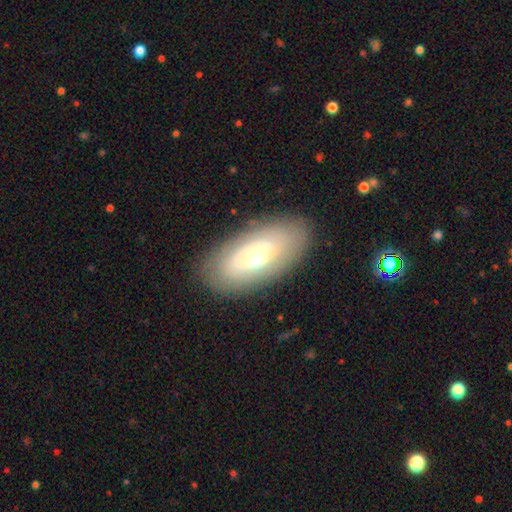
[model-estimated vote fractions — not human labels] Morphology: type=smooth (55%); roundness=in between (90%); merging=none (83%).